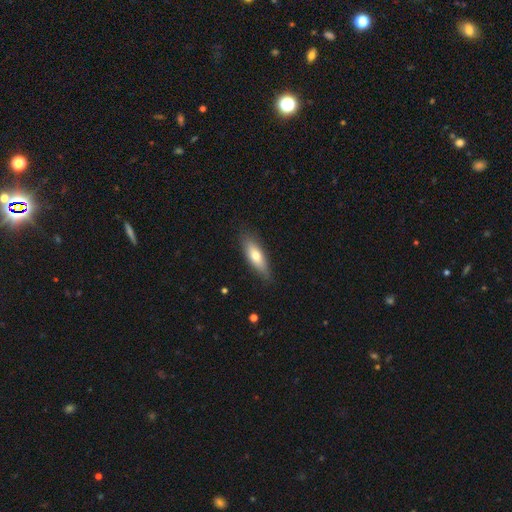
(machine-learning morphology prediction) Smooth or featured? smooth (67%)
How rounded? in between (50%)
Merging? none (83%)